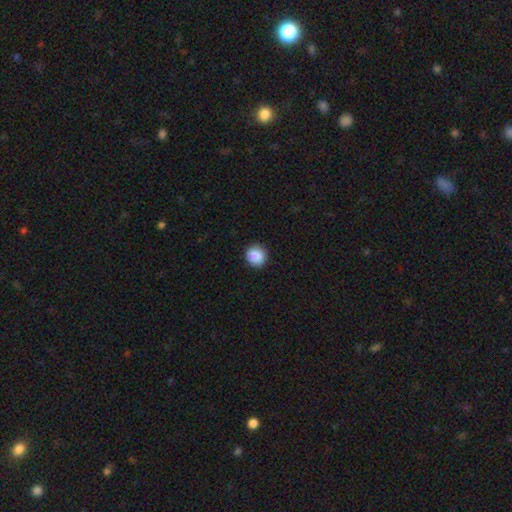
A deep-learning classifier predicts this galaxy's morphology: type=smooth (89%); roundness=round (86%); merging=none (88%).